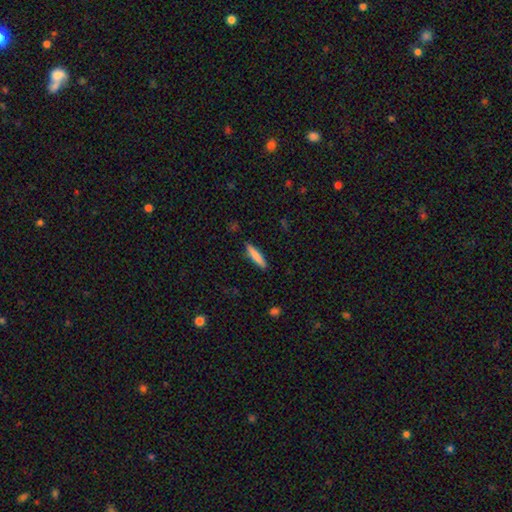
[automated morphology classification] smooth_or_featured: smooth (p=0.81) [alt: featured or disk p=0.13]
how_rounded: cigar-shaped (p=0.86) [alt: in between p=0.13]
merging: none (p=0.88) [alt: minor disturbance p=0.09]